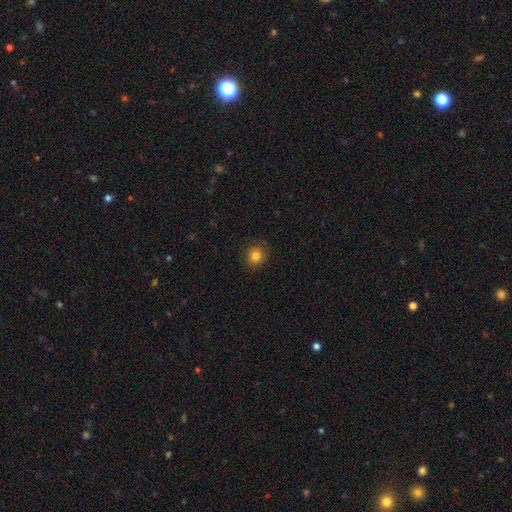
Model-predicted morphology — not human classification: This appears to be a smooth galaxy with no disk features (82%) that is round (80%). Merging: none (87%).